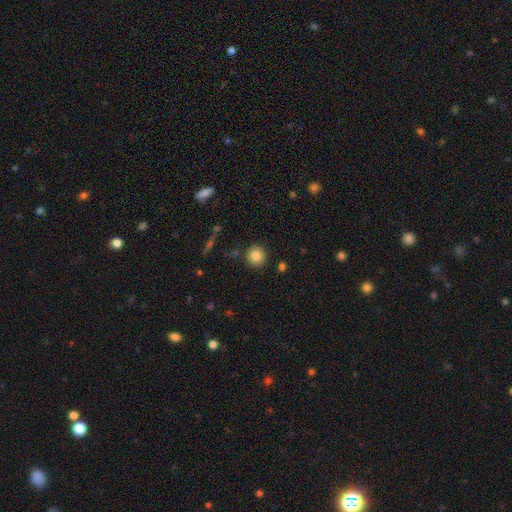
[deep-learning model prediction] Smooth or featured? Predicted: smooth (p=0.83). How rounded? Predicted: round (p=0.93). Merging? Predicted: none (p=0.89).